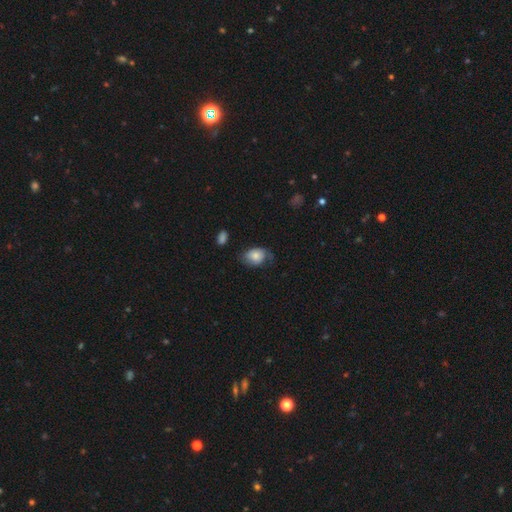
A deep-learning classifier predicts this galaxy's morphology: This is likely a smooth galaxy (76%). How rounded: likely in between (71%). Merging: possibly none (48%).